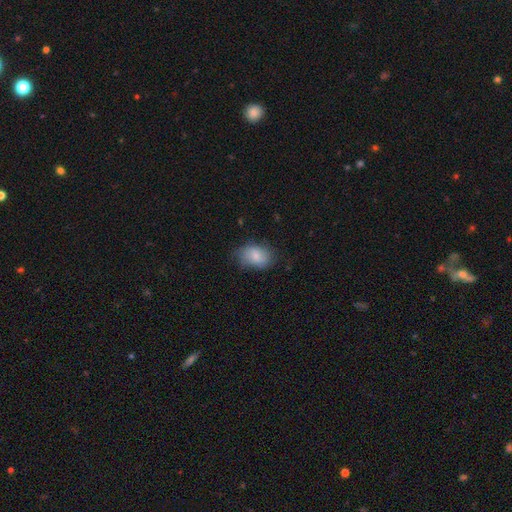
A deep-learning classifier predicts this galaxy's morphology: Smooth or featured? Predicted: smooth (p=0.78). How rounded? Predicted: in between (p=0.80). Merging? Predicted: none (p=0.62).